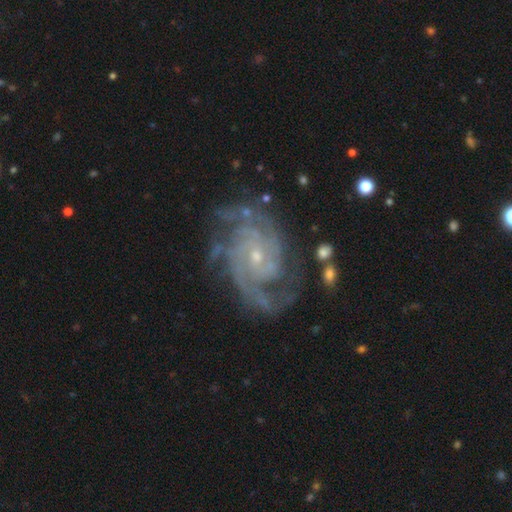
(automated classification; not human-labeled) A featured or disk galaxy (92%) with no bar (64%), 2 (28%) tight (58%) spiral arms (98%) and a small central bulge (79%). Merging: none (72%).